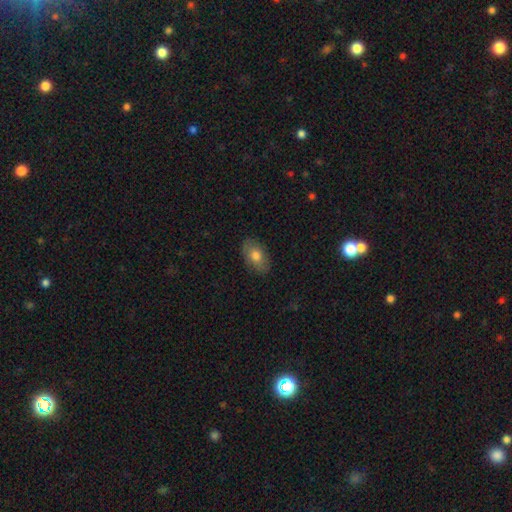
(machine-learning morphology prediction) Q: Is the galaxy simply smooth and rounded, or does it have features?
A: smooth — 75%.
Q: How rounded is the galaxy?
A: in between — 91%.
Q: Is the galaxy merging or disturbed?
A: none — 84%.